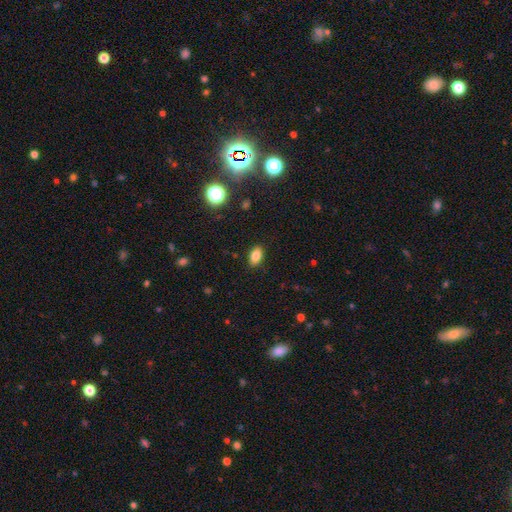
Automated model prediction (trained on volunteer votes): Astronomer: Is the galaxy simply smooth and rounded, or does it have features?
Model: smooth — 83%.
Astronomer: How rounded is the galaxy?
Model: in between — 89%.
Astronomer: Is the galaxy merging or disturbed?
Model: none — 87%.